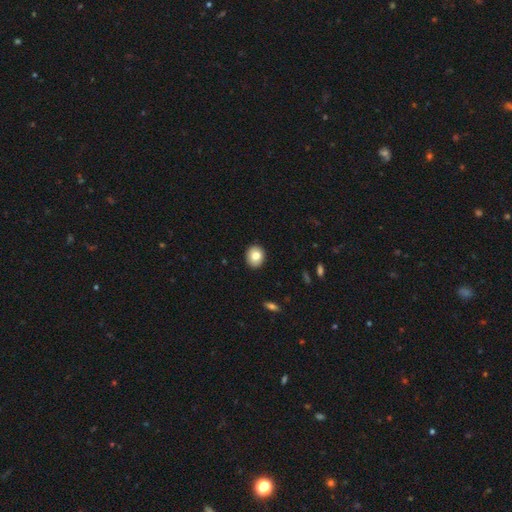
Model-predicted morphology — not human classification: Smooth or featured? Predicted: smooth (p=0.81). How rounded? Predicted: round (p=0.63). Merging? Predicted: none (p=0.91).